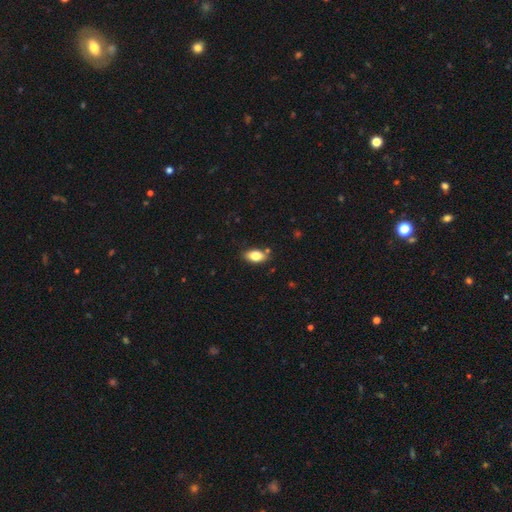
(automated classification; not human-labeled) Smooth or featured?
  - smooth: 80% *
  - featured or disk: 12%
  - star or artifact: 8%
How rounded?
  - in between: 90% *
  - round: 6%
  - cigar-shaped: 4%
Merging?
  - none: 81% *
  - minor disturbance: 13%
  - merger: 3%
  - major disturbance: 3%